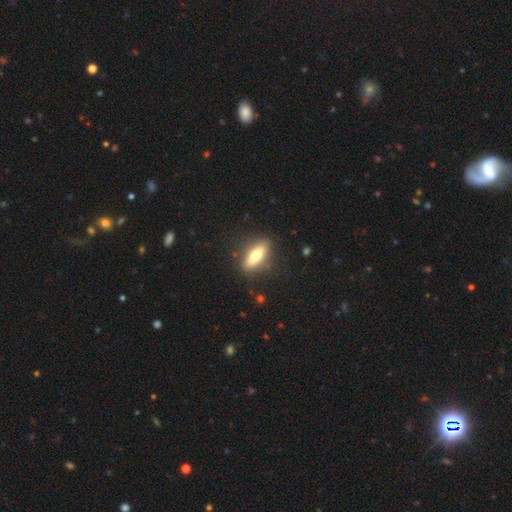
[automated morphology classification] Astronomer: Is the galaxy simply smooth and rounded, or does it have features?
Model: smooth — 63%.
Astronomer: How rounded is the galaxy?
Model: in between — 58% (runner-up: cigar-shaped, 39%).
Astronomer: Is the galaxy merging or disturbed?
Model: none — 86%.